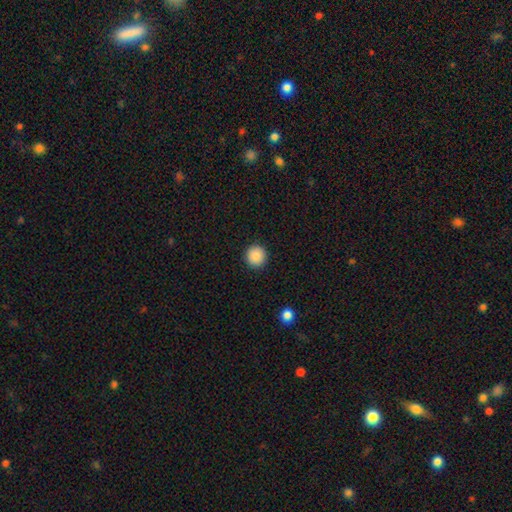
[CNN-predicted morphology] Smooth or featured? smooth (89%)
How rounded? round (95%)
Merging? none (93%)